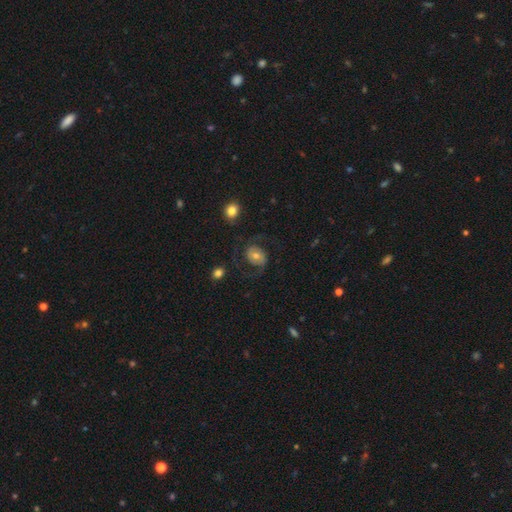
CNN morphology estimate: This is possibly a featured or disk galaxy (57%). It is clearly not viewed edge-on (97%). Bar: likely no (66%). Spiral arm pattern: likely yes (80%). Central bulge: possibly moderate (59%). Merging: likely none (63%).